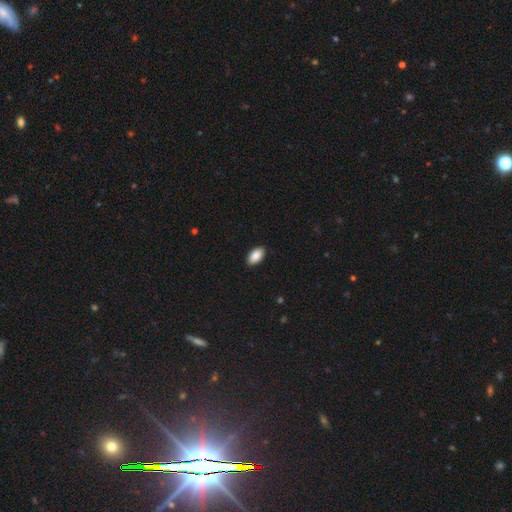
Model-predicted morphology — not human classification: Smooth or featured? smooth (88%)
How rounded? in between (95%)
Merging? none (90%)